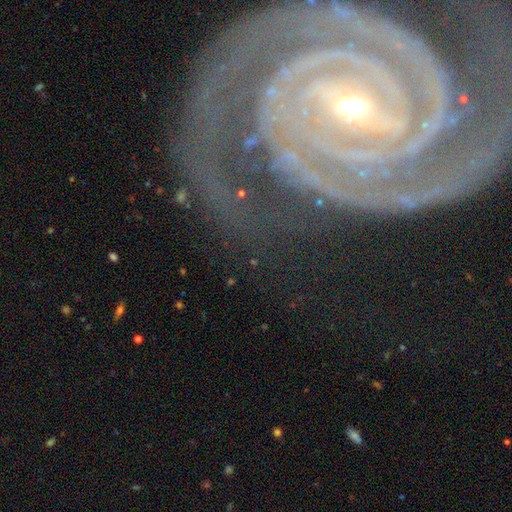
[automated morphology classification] Smooth or featured: featured or disk — 90% (star or artifact — 6%)
Edge-on disk: no — 97% (yes — 3%)
Bar: strong — 48% (weak — 31%)
Spiral arms: yes — 97% (no — 3%)
Spiral winding: tight — 81% (medium — 16%)
Spiral arm count: 2 — 43% (3 — 17%)
Bulge size: small — 64% (moderate — 32%)
Merging: none — 74% (minor disturbance — 14%)